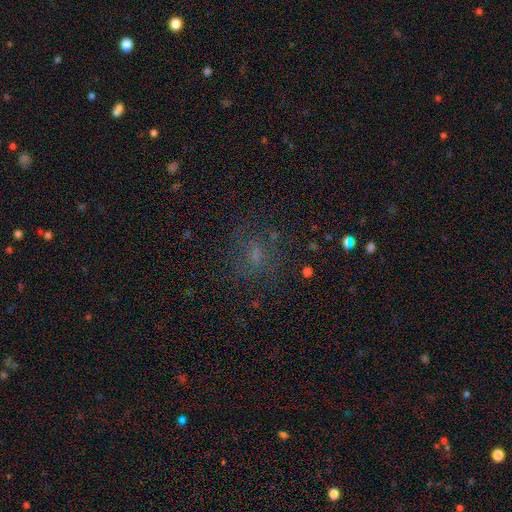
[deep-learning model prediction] Overall: smooth (49%; featured or disk 26%). Merging: none (69%).